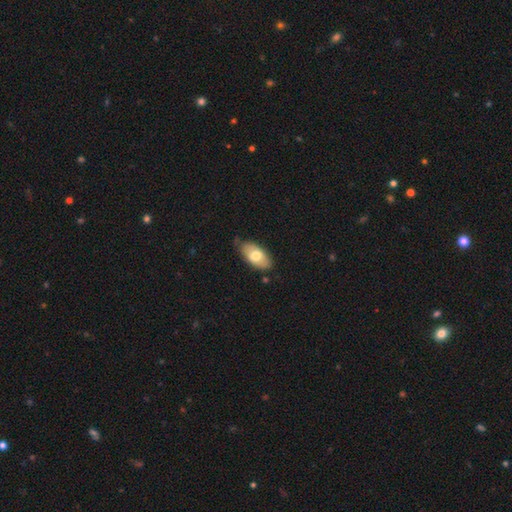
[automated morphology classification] This appears to be a smooth galaxy with no disk features (70%) that is in between round and cigar-shaped (93%). Merging: none (74%).